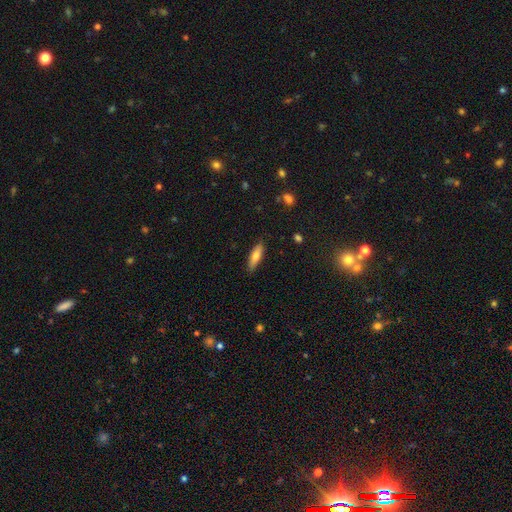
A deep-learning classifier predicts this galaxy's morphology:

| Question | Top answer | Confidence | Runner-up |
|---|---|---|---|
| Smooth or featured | smooth | 75% | featured or disk (18%) |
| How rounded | cigar-shaped | 52% | in between (46%) |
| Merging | none | 85% | minor disturbance (12%) |